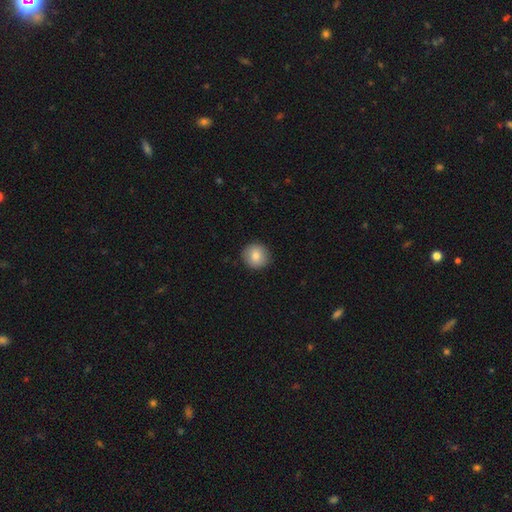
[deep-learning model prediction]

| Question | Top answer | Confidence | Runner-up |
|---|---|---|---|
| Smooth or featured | smooth | 82% | featured or disk (10%) |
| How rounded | round | 93% | in between (6%) |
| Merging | none | 91% | minor disturbance (7%) |